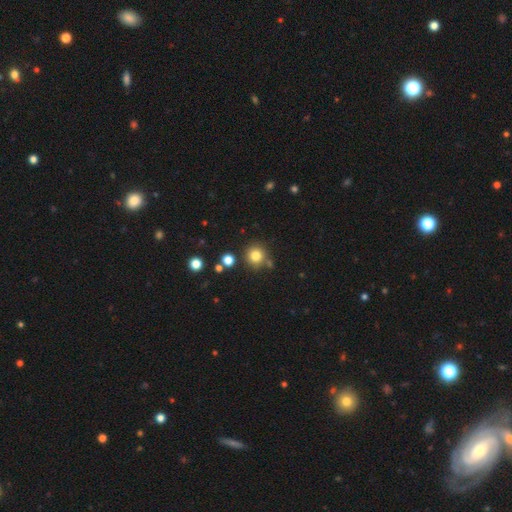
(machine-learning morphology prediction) Smooth or featured: smooth — 81% (star or artifact — 13%)
How rounded: round — 93% (in between — 6%)
Merging: none — 80% (minor disturbance — 9%)